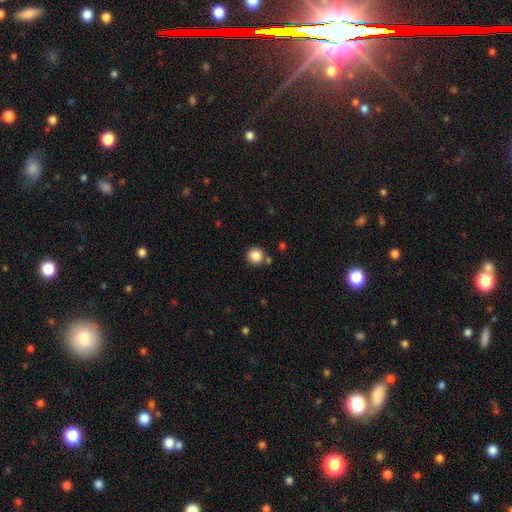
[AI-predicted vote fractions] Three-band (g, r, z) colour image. It shows a smooth galaxy with no disk features (85%) that is round (95%). Merging: none (83%).